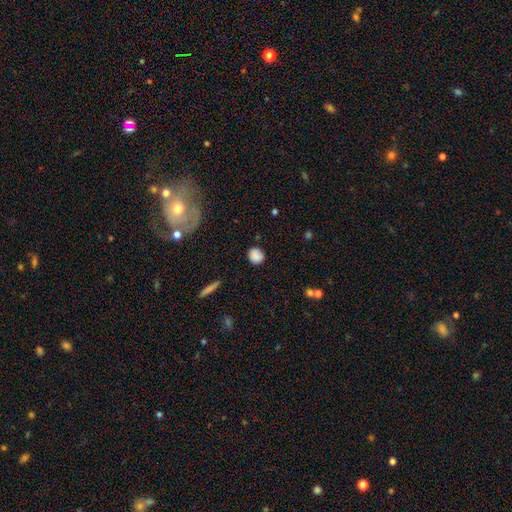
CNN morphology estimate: Smooth or featured: smooth — 84% (star or artifact — 9%)
How rounded: round — 85% (in between — 13%)
Merging: none — 83% (minor disturbance — 12%)